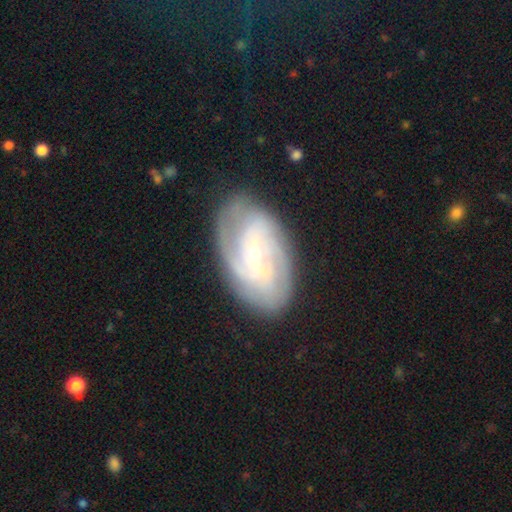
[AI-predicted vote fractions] Morphology: type=featured or disk (81%); edge-on=no (96%); bar=no (53%); spiral arms=yes (92%); winding=tight (58%); arm count=can't tell (33%); bulge=small (79%); merging=none (78%).